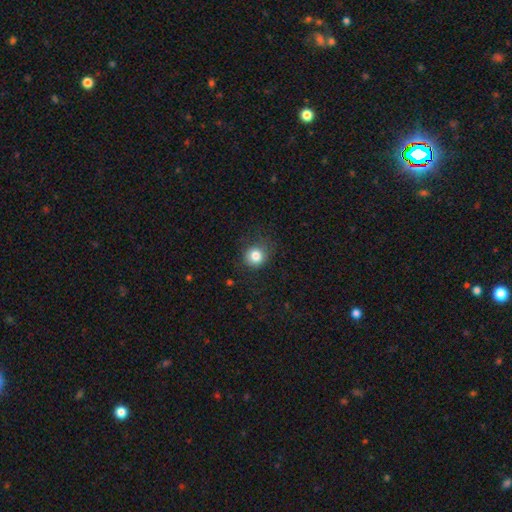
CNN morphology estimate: Smooth or featured? Predicted: smooth (p=0.82). How rounded? Predicted: round (p=0.88). Merging? Predicted: none (p=0.80).